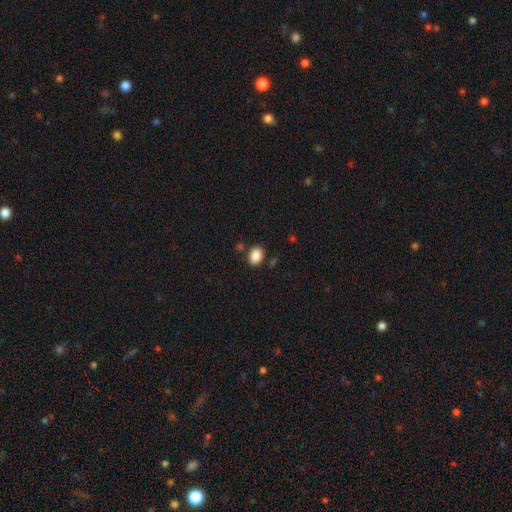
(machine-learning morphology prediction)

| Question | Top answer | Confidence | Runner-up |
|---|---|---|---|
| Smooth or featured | smooth | 88% | star or artifact (9%) |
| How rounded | in between | 73% | round (26%) |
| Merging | none | 81% | minor disturbance (11%) |